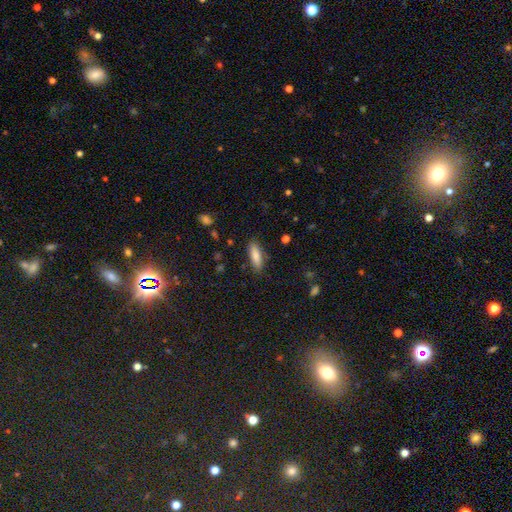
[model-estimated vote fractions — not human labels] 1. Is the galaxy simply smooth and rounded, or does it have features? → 83% smooth, 10% featured or disk, 7% star or artifact.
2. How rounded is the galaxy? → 57% in between, 42% cigar-shaped, 2% round.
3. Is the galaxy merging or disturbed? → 85% none, 11% minor disturbance, 3% major disturbance, 2% merger.